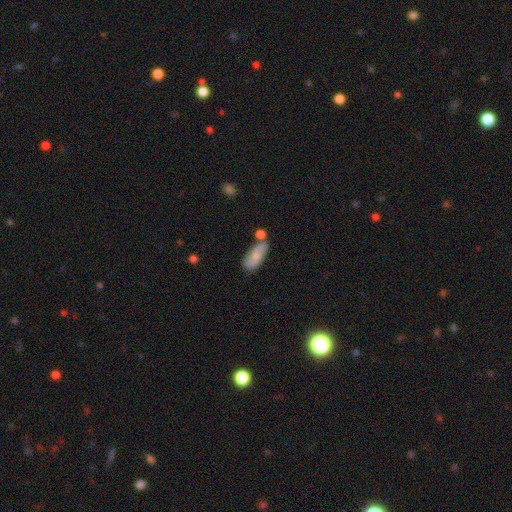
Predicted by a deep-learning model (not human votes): This appears to be a smooth galaxy with no disk features (61%) that is in between round and cigar-shaped (81%). Merging: none (57%).